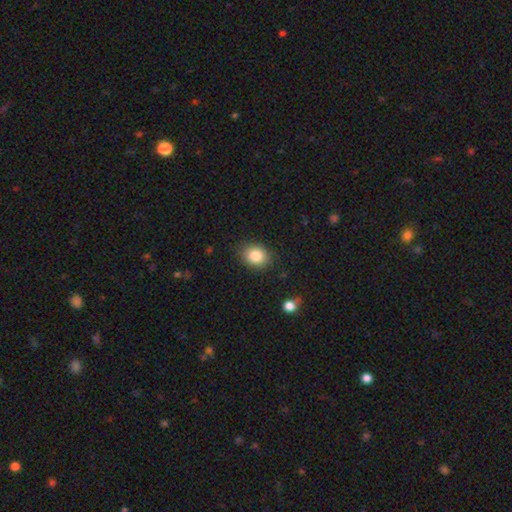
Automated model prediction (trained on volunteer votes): smooth 85%, star or artifact 9%, featured or disk 6%. Down the decision tree: how rounded — round (50%); merging — none (85%).